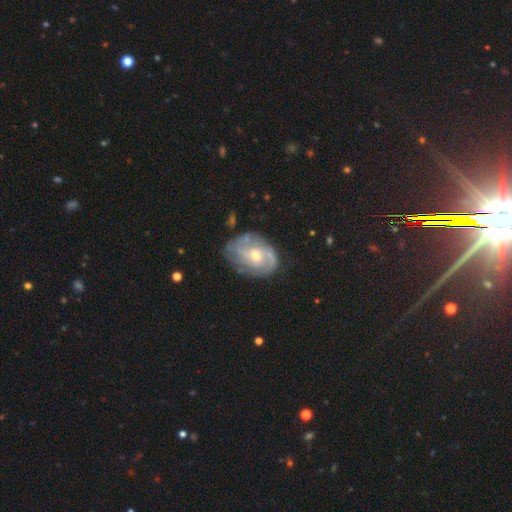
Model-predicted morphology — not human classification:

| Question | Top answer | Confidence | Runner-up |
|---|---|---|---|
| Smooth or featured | featured or disk | 76% | smooth (17%) |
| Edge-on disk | no | 97% | yes (3%) |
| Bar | no | 69% | weak (26%) |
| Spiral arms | yes | 83% | no (17%) |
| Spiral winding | tight | 45% | medium (38%) |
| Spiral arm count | can't tell | 39% | 2 (32%) |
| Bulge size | small | 49% | moderate (47%) |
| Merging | none | 65% | minor disturbance (23%) |